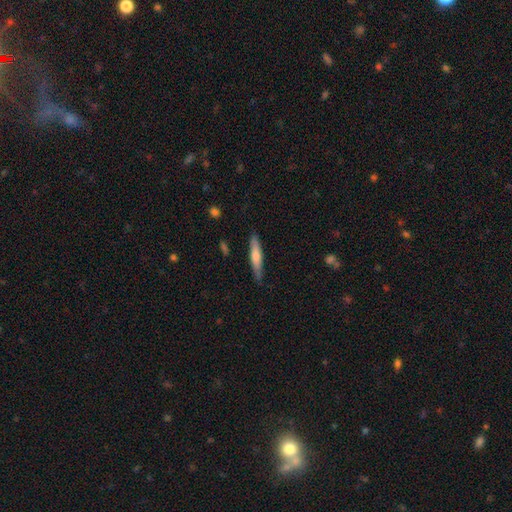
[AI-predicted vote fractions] Smooth or featured?
  - smooth: 60% *
  - featured or disk: 34%
  - star or artifact: 6%
How rounded?
  - cigar-shaped: 89% *
  - in between: 9%
  - round: 1%
Merging?
  - none: 83% *
  - minor disturbance: 13%
  - major disturbance: 2%
  - merger: 2%